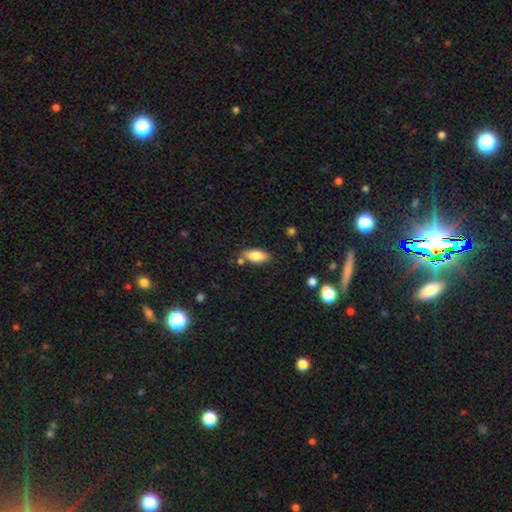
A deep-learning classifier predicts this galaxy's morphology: Smooth or featured: smooth — 78% (featured or disk — 15%)
How rounded: in between — 83% (cigar-shaped — 14%)
Merging: none — 78% (minor disturbance — 13%)